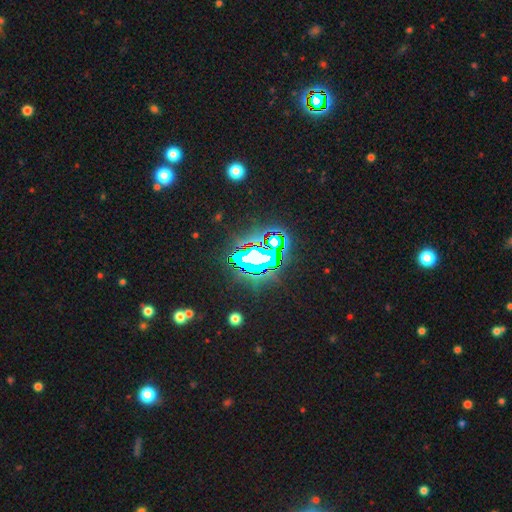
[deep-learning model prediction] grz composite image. It shows a star or artifact, not a galaxy (72%).